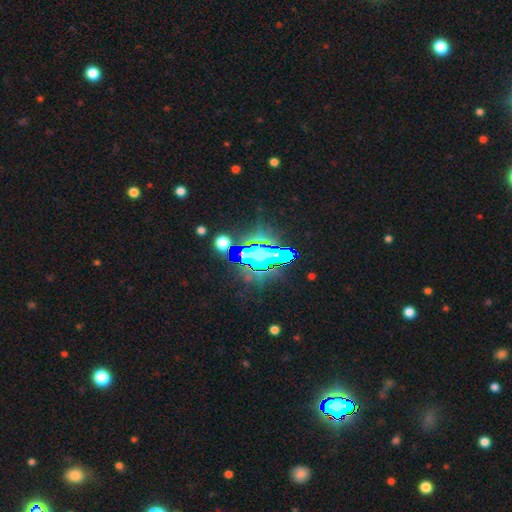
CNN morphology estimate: The model was most divided on "smooth or featured": star or artifact: 64%, smooth: 19%, featured or disk: 17%.